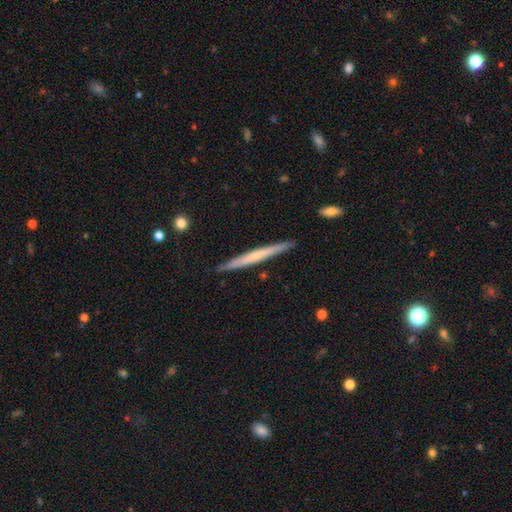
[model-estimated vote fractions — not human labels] Overall: featured or disk (51%; smooth 43%). Edge-on disk: yes (97%). Merging: none (89%).